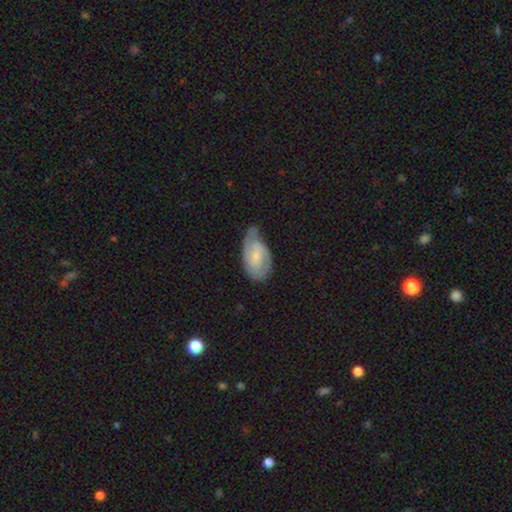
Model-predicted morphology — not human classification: A featured or disk galaxy (63%) with no bar (46%), 2 (59%) tight (45%) spiral arms (88%) and a small central bulge (58%). Merging: none (45%).